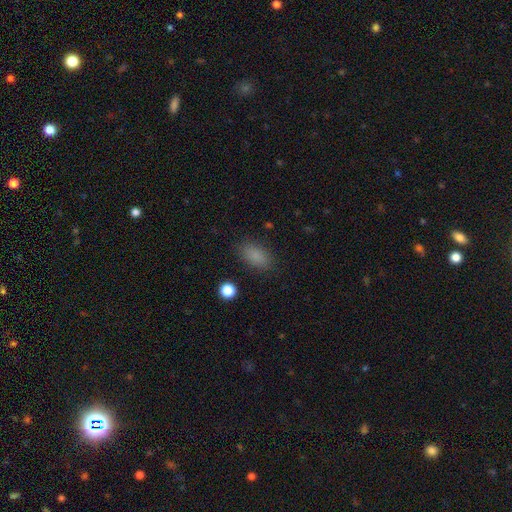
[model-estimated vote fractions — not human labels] A smooth galaxy with no disk features (85%) that is in between round and cigar-shaped (89%).

Vote fractions:
- Smooth or featured? smooth: 85% / star or artifact: 11% / featured or disk: 5%
- How rounded? in between: 89% / round: 8% / cigar-shaped: 3%
- Merging? none: 85% / minor disturbance: 10% / major disturbance: 4% / merger: 1%